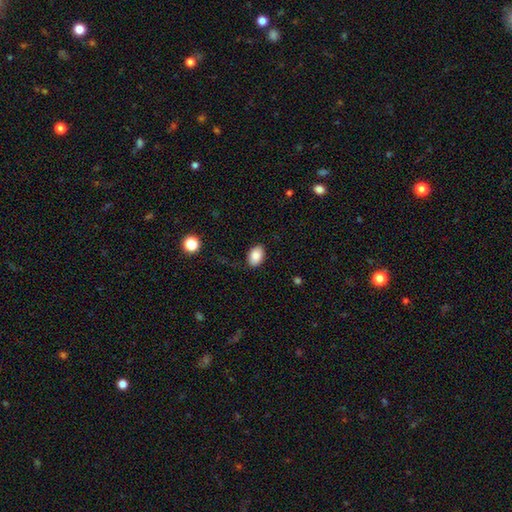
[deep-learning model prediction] Smooth or featured? smooth (87%)
How rounded? in between (85%)
Merging? none (84%)